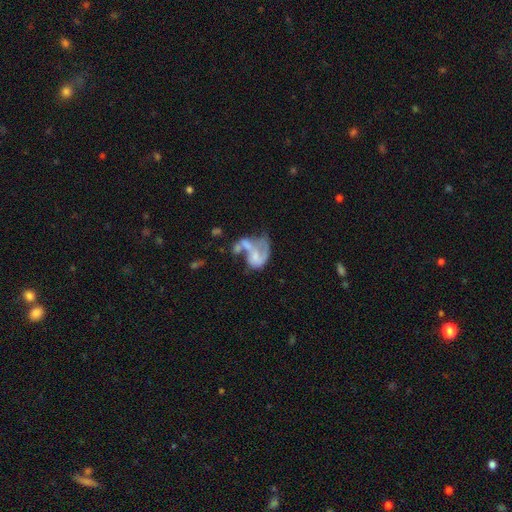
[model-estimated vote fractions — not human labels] Q: Smooth or featured?
A: featured or disk (62%); runner-up: smooth (29%)
Q: Edge-on disk?
A: no (98%); runner-up: yes (2%)
Q: Bar?
A: no (71%); runner-up: weak (22%)
Q: Spiral arms?
A: yes (50%); tied with: no (50%)
Q: Bulge size?
A: none (38%); runner-up: small (27%)
Q: Merging?
A: merger (48%); runner-up: major disturbance (29%)